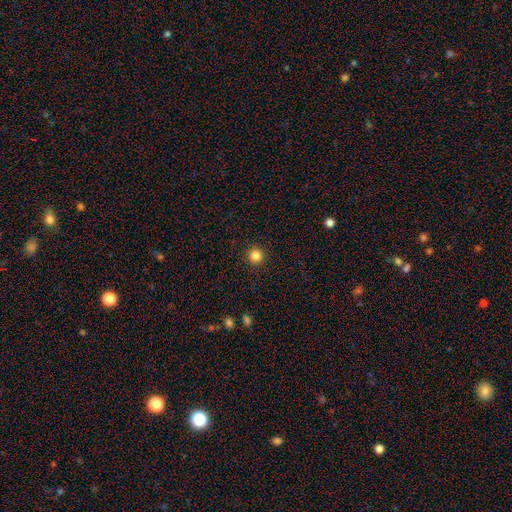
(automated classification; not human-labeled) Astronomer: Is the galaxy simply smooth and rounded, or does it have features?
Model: smooth — 85%.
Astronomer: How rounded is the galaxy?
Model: round — 96%.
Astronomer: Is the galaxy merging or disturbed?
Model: none — 93%.